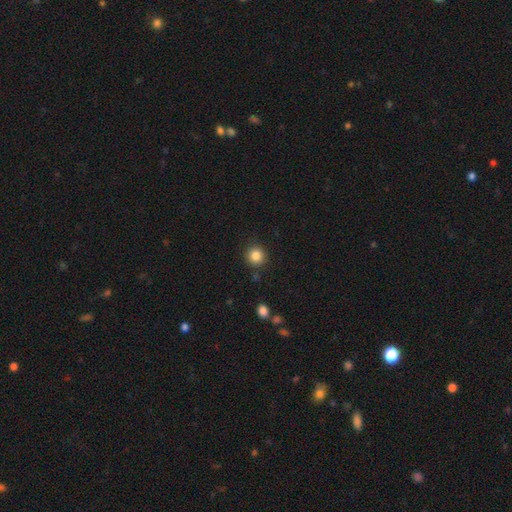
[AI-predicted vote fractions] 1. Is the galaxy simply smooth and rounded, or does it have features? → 85% smooth, 11% star or artifact, 4% featured or disk.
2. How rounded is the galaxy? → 93% round, 6% in between, 1% cigar-shaped.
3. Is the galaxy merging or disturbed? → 88% none, 7% minor disturbance, 2% major disturbance, 2% merger.